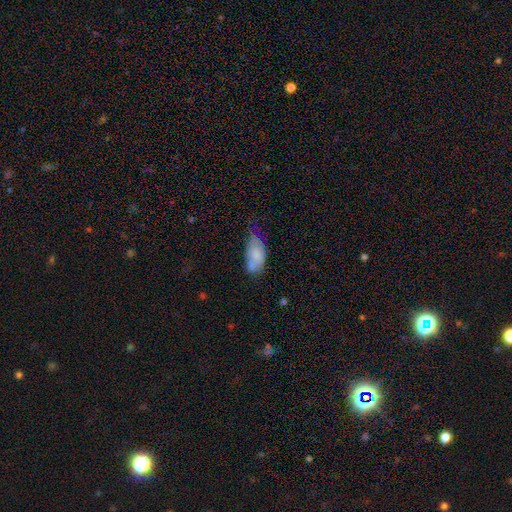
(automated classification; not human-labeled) Smooth or featured?
  - smooth: 76% *
  - featured or disk: 16%
  - star or artifact: 8%
How rounded?
  - in between: 91% *
  - cigar-shaped: 6%
  - round: 3%
Merging?
  - minor disturbance: 40% *
  - none: 33%
  - major disturbance: 16%
  - merger: 11%